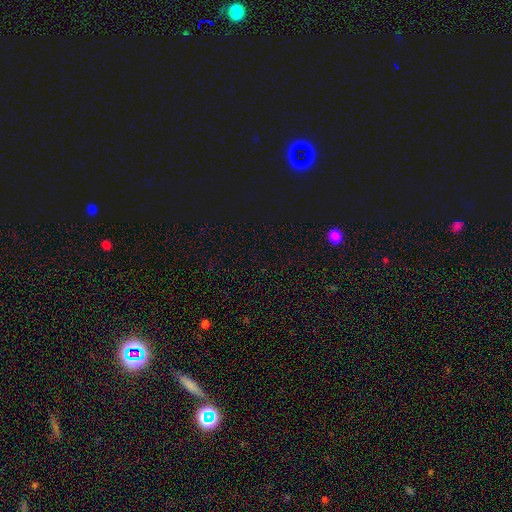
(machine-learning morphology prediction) Overall: star or artifact (75%).